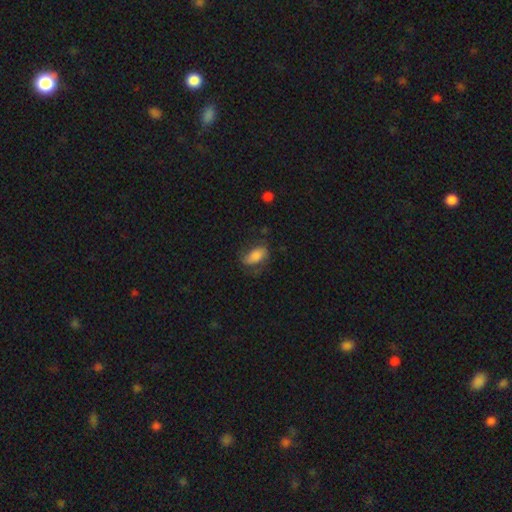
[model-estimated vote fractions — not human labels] The model was most divided on "merging": none: 54%, minor disturbance: 25%, major disturbance: 18%, merger: 2%. More confident: how rounded — in between (88%); smooth or featured — smooth (66%).